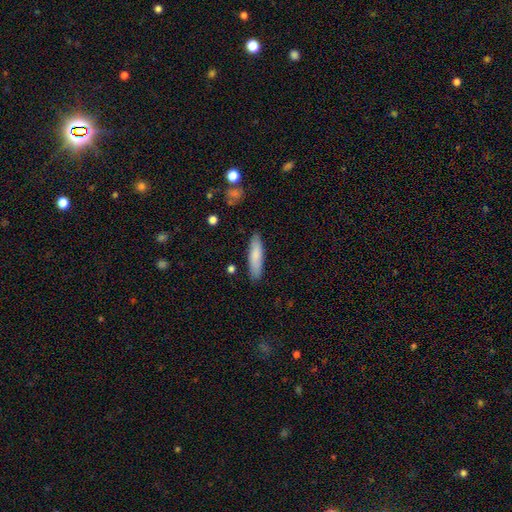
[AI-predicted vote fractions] Q: Smooth or featured?
A: smooth (81%); runner-up: featured or disk (13%)
Q: How rounded?
A: cigar-shaped (73%); runner-up: in between (25%)
Q: Merging?
A: none (87%); runner-up: minor disturbance (9%)